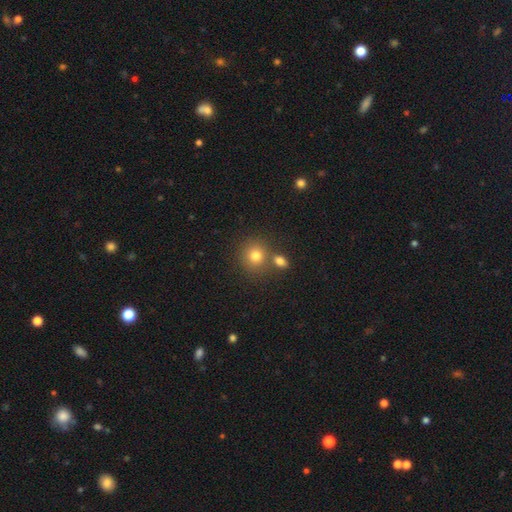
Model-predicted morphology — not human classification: This is likely a smooth galaxy (78%). How rounded: clearly round (85%). Merging: likely none (64%).